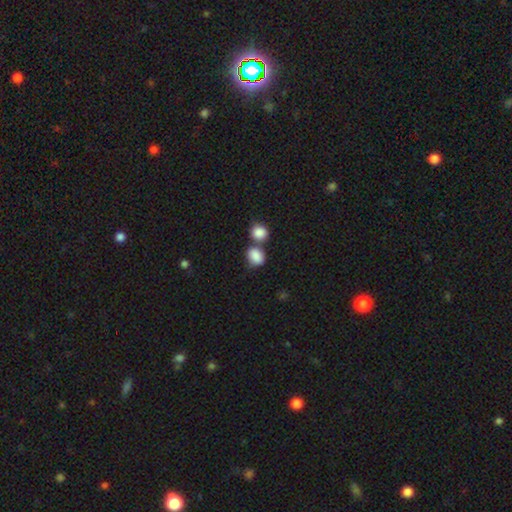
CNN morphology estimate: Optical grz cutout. It shows a smooth galaxy with no disk features (86%) that is in between round and cigar-shaped (58%). Merging: merger (45%).